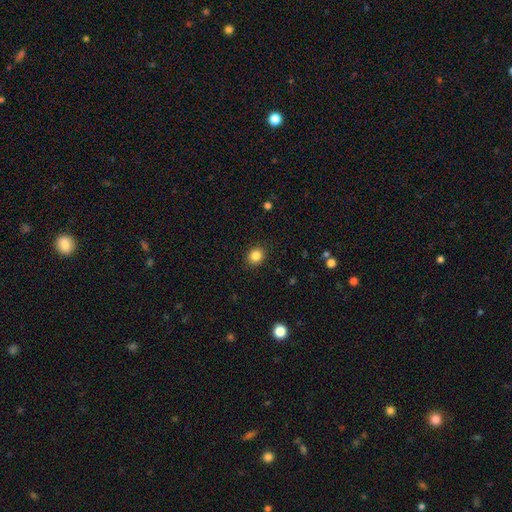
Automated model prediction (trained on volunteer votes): Smooth or featured? smooth (85%)
How rounded? round (76%)
Merging? none (91%)